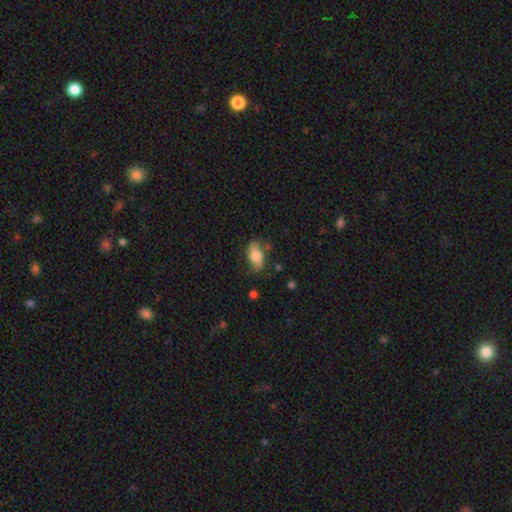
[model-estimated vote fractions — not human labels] Q: Smooth or featured?
A: smooth (67%); runner-up: featured or disk (25%)
Q: How rounded?
A: in between (89%); runner-up: round (6%)
Q: Merging?
A: none (65%); runner-up: minor disturbance (24%)